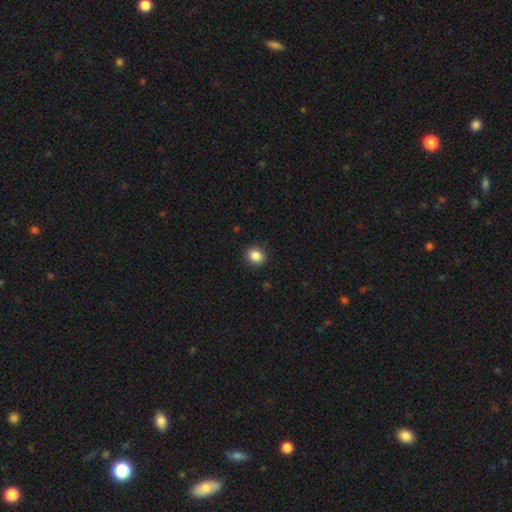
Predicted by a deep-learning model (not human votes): Overall: smooth (87%). How rounded: round (73%). Merging: none (90%).